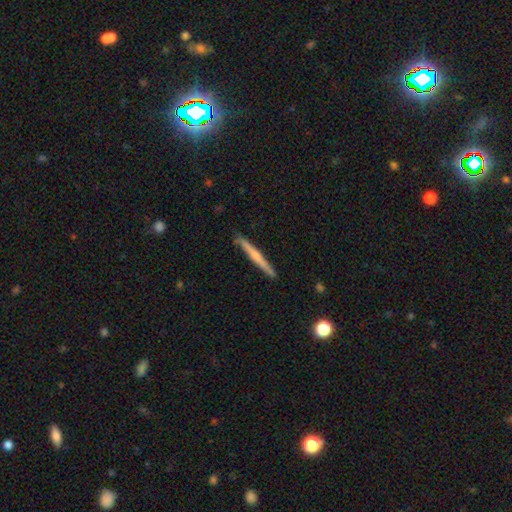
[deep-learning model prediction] Smooth or featured? Predicted: featured or disk (p=0.53). Edge-on disk? Predicted: yes (p=0.97). Edge-on bulge? Predicted: rounded (p=0.53). Merging? Predicted: none (p=0.88).